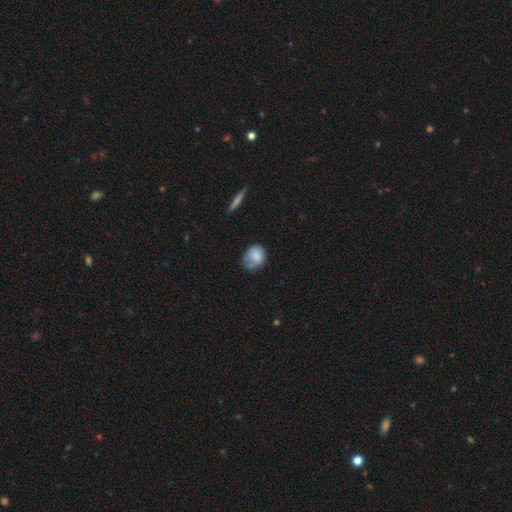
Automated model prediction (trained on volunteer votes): This is likely a smooth galaxy (75%). How rounded: possibly round (56%). Merging: possibly none (50%).